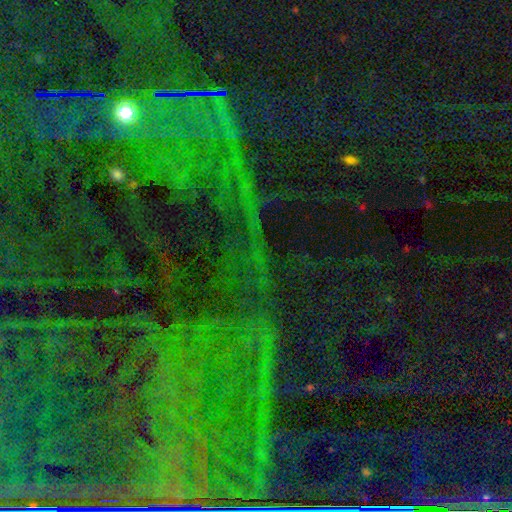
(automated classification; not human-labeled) Smooth or featured? Predicted: star or artifact (p=0.81).